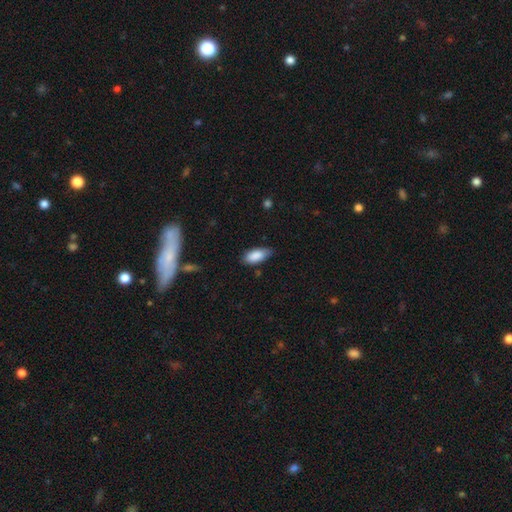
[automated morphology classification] This appears to be a smooth galaxy with no disk features (87%) that is in between round and cigar-shaped (87%). Merging: none (74%).